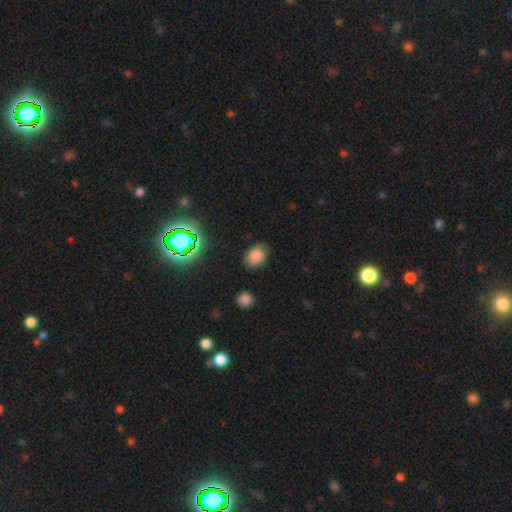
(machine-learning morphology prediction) Smooth or featured?
  - smooth: 80% *
  - star or artifact: 15%
  - featured or disk: 5%
How rounded?
  - in between: 56% *
  - round: 43%
  - cigar-shaped: 1%
Merging?
  - none: 79% *
  - minor disturbance: 15%
  - major disturbance: 4%
  - merger: 2%